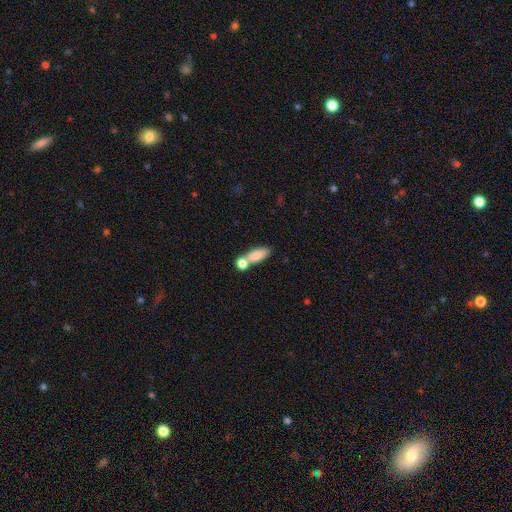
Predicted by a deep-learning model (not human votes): smooth 80%, featured or disk 13%, star or artifact 8%. Down the decision tree: how rounded — in between (64%); merging — none (43%).